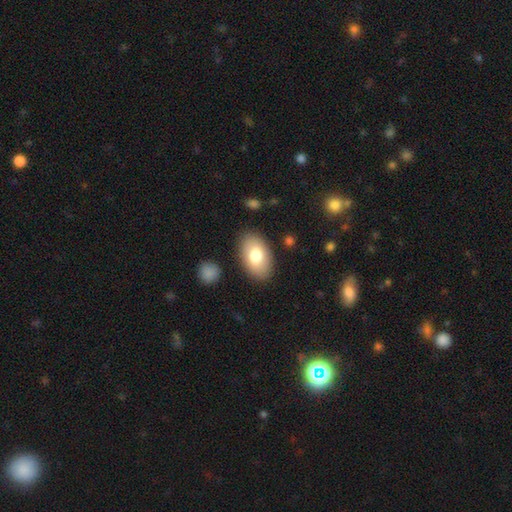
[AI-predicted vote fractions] smooth_or_featured: smooth (p=0.79) [alt: featured or disk p=0.15]
how_rounded: in between (p=0.93) [alt: round p=0.05]
merging: none (p=0.85) [alt: minor disturbance p=0.10]